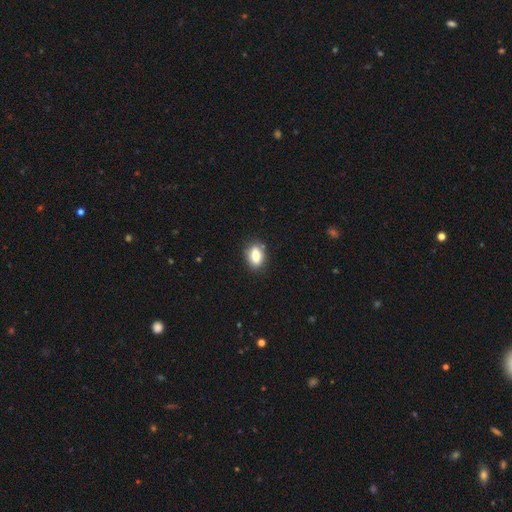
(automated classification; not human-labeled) A smooth galaxy with no disk features (81%) that is in between round and cigar-shaped (82%).

Vote fractions:
- Smooth or featured? smooth: 81% / featured or disk: 10% / star or artifact: 9%
- How rounded? in between: 82% / round: 12% / cigar-shaped: 5%
- Merging? none: 80% / minor disturbance: 14% / major disturbance: 3% / merger: 3%